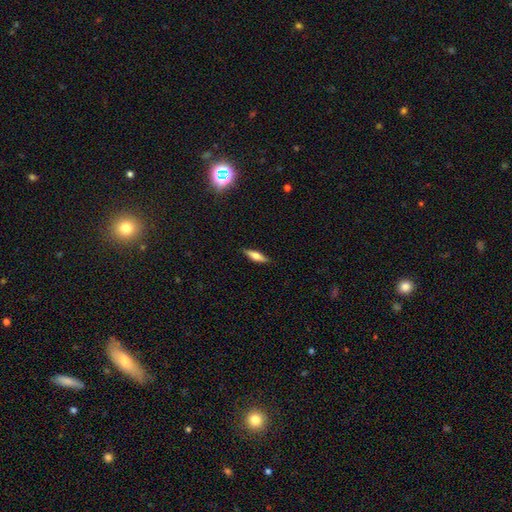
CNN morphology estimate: Smooth or featured?
  - smooth: 52% *
  - featured or disk: 40%
  - star or artifact: 7%
How rounded?
  - cigar-shaped: 60% *
  - in between: 38%
  - round: 3%
Merging?
  - none: 88% *
  - minor disturbance: 9%
  - major disturbance: 2%
  - merger: 1%